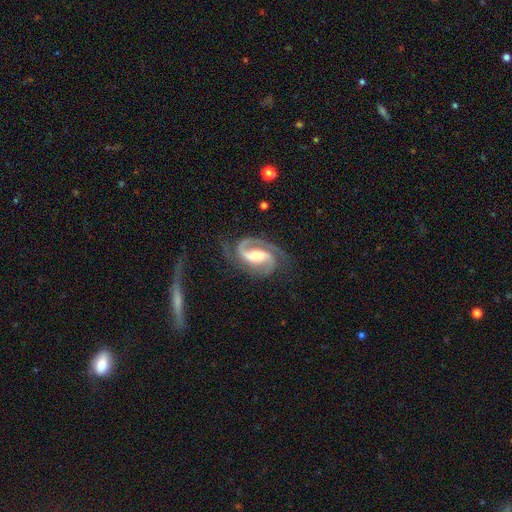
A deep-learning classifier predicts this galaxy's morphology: Smooth or featured: featured or disk — 92% (star or artifact — 4%)
Edge-on disk: no — 98% (yes — 2%)
Bar: weak — 43% (strong — 39%)
Spiral arms: yes — 98% (no — 2%)
Spiral winding: medium — 54% (tight — 33%)
Spiral arm count: 2 — 91% (1 — 3%)
Bulge size: moderate — 46% (large — 22%)
Merging: none — 68% (minor disturbance — 17%)